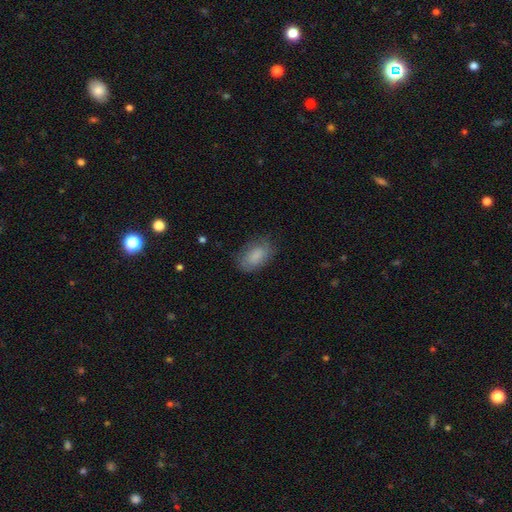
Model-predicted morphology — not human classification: Q: Smooth or featured?
A: smooth (82%); runner-up: featured or disk (11%)
Q: How rounded?
A: in between (91%); runner-up: round (8%)
Q: Merging?
A: none (73%); runner-up: minor disturbance (20%)